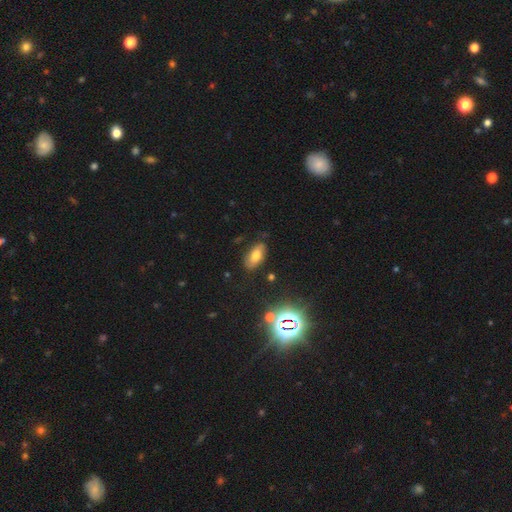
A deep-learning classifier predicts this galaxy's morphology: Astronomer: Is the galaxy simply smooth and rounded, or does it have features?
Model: smooth — 67%.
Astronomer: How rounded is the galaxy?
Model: in between — 89%.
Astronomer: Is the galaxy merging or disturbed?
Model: none — 80%.